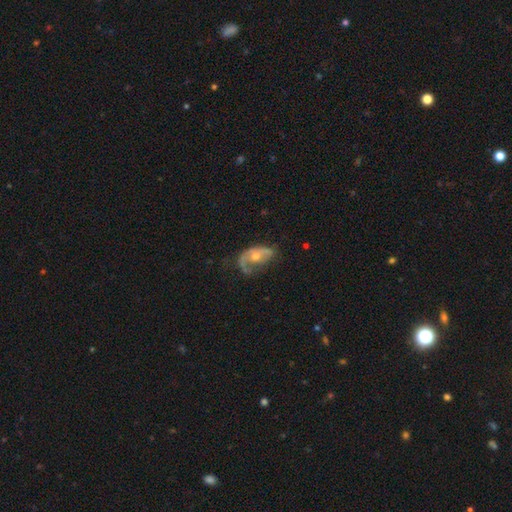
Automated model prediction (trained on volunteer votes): Smooth or featured? Predicted: featured or disk (p=0.63). Edge-on disk? Predicted: no (p=0.93). Bar? Predicted: no (p=0.73). Spiral arms? Predicted: yes (p=0.59). Bulge size? Predicted: moderate (p=0.60). Merging? Predicted: major disturbance (p=0.35).